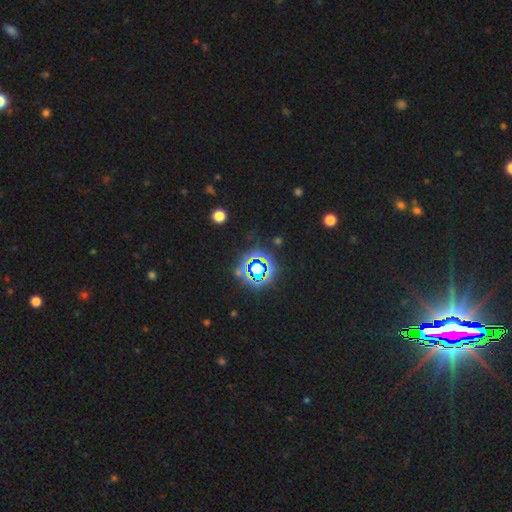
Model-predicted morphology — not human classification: A star or artifact, not a galaxy (82%).

Vote fractions:
- Smooth or featured? star or artifact: 82% / smooth: 11% / featured or disk: 7%